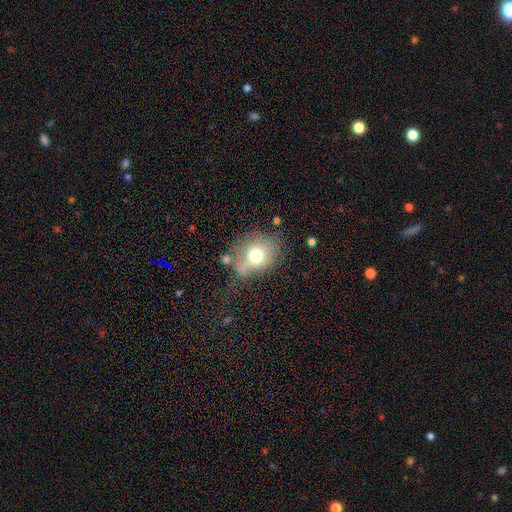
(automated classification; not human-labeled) Overall: smooth (66%). How rounded: round (58%; in between 41%). Merging: none (48%; minor disturbance 26%).